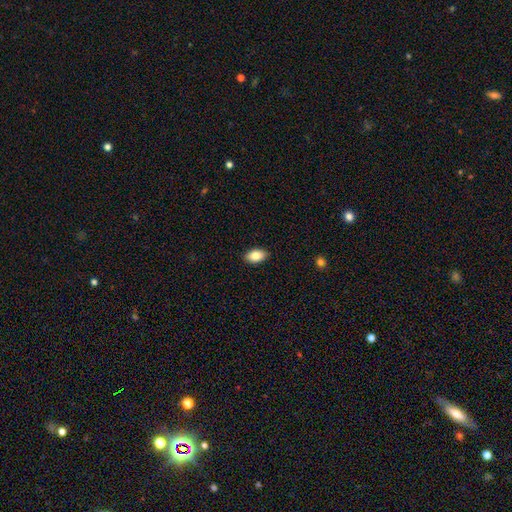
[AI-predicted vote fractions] smooth 84%, featured or disk 9%, star or artifact 8%. Down the decision tree: how rounded — in between (92%); merging — none (90%).